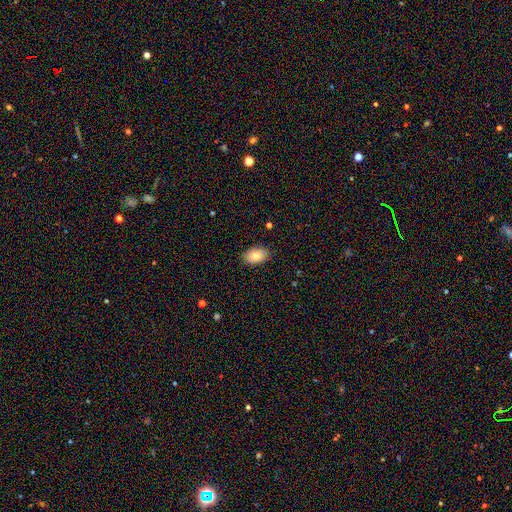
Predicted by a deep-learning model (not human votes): smooth 83%, featured or disk 9%, star or artifact 8%. Down the decision tree: how rounded — in between (91%); merging — none (87%).